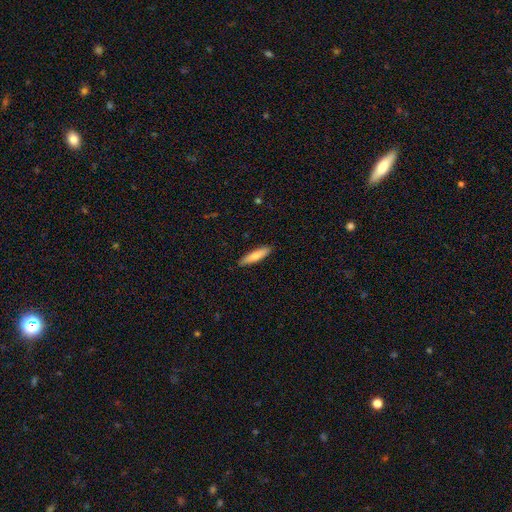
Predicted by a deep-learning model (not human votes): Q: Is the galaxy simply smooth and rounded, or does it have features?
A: smooth — 76%.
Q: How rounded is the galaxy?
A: cigar-shaped — 78%.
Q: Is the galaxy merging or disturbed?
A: none — 89%.